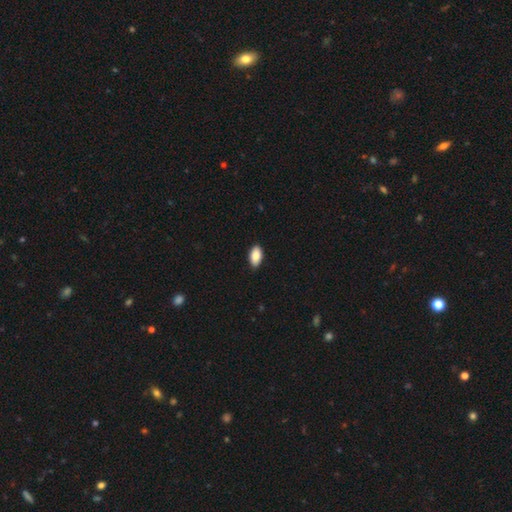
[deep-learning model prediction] Overall: smooth (87%). How rounded: in between (94%). Merging: none (88%).